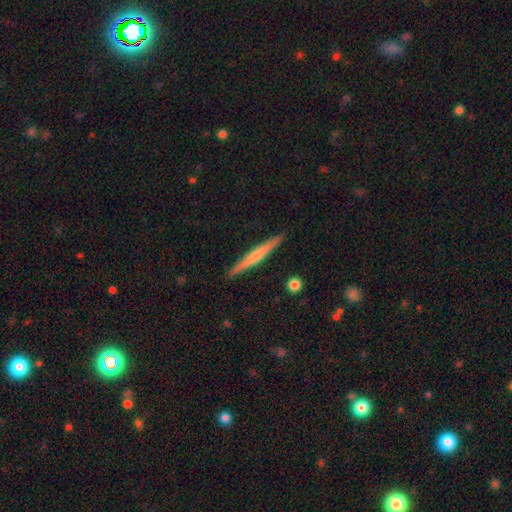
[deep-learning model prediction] This is possibly a featured or disk galaxy (53%). It is clearly viewed edge-on (98%). Edge-on bulge: possibly none (49%). Merging: clearly none (92%).